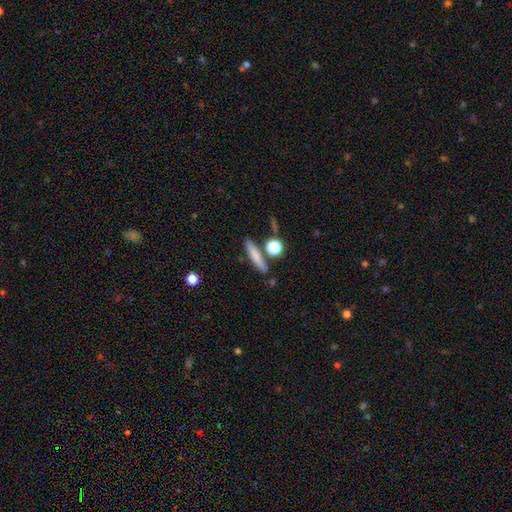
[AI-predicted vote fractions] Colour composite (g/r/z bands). It shows a smooth galaxy with no disk features (72%) that is cigar-shaped (80%). Merging: none (79%).